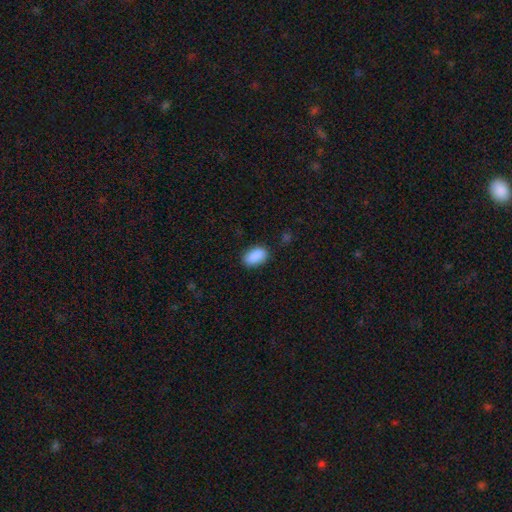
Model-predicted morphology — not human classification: Smooth or featured? Predicted: smooth (p=0.89). How rounded? Predicted: in between (p=0.91). Merging? Predicted: none (p=0.79).